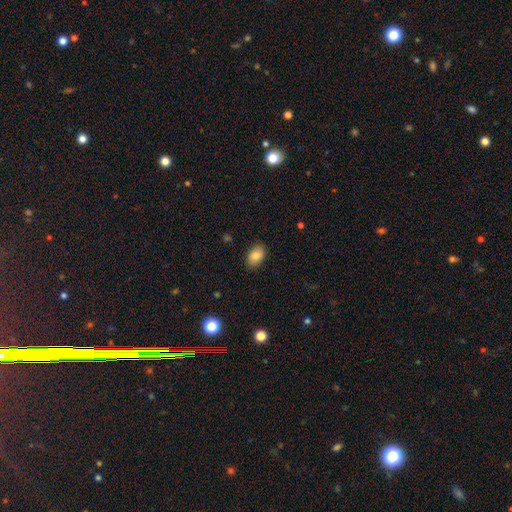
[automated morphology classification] The model was most divided on "smooth or featured": smooth: 84%, featured or disk: 8%, star or artifact: 8%. More confident: how rounded — in between (88%); merging — none (87%).